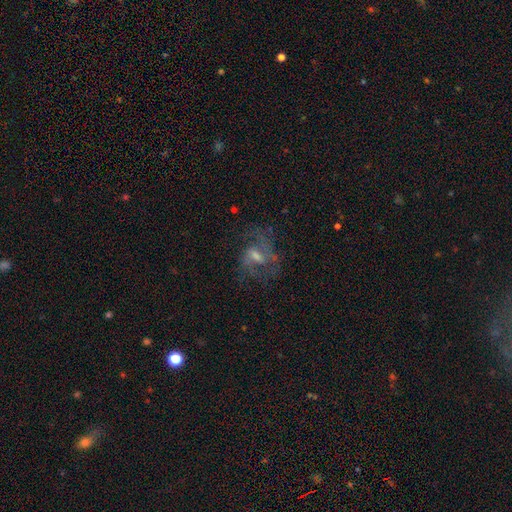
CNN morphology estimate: smooth-or-featured: featured or disk: 70% | star or artifact: 15% | smooth: 15%
  disk-edge-on: no: 96% | yes: 4%
    bar: weak: 52% | no: 31% | strong: 17%
    has-spiral-arms: yes: 85% | no: 15%
      spiral-winding: medium: 48% | loose: 32% | tight: 20%
      spiral-arm-count: 2: 53% | can't tell: 24% | 3: 10% | 1: 7% | 4: 3% | more than 4: 3%
    bulge-size: moderate: 44% | small: 37% | none: 11% | large: 6% | dominant: 1%
  merging: none: 61% | major disturbance: 20% | minor disturbance: 17% | merger: 2%